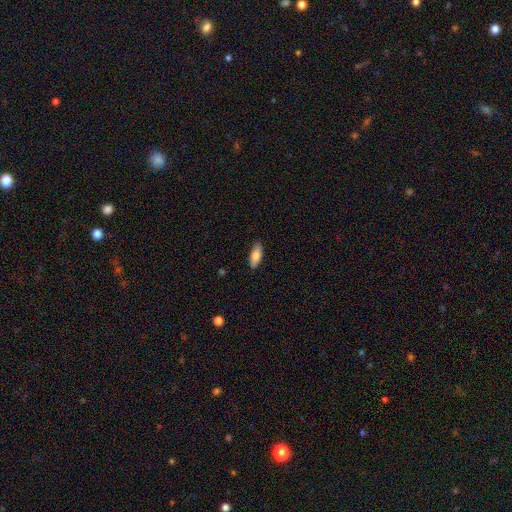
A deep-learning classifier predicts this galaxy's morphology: smooth 80%, featured or disk 14%, star or artifact 6%. Down the decision tree: how rounded — in between (74%); merging — none (87%).